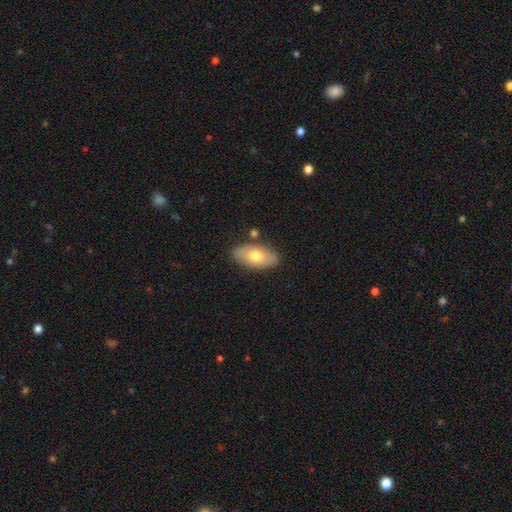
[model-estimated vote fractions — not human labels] Smooth or featured? Predicted: smooth (p=0.64). How rounded? Predicted: in between (p=0.92). Merging? Predicted: none (p=0.79).